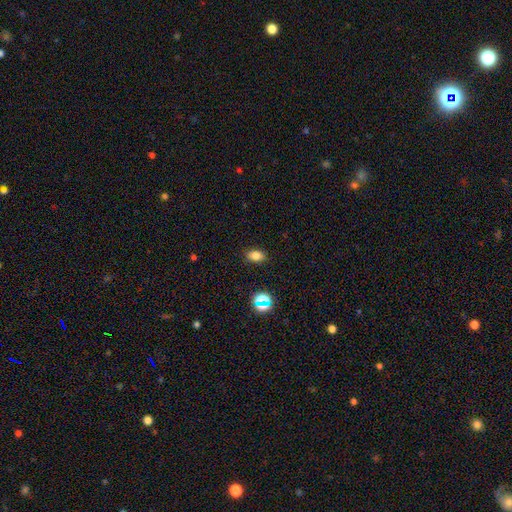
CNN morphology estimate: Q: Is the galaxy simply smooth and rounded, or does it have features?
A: smooth — 76%.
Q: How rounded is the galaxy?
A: in between — 84%.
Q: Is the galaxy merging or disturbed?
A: none — 87%.